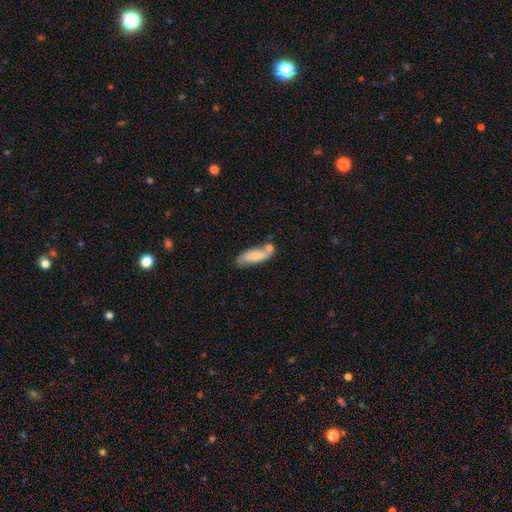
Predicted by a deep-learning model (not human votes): This appears to be a smooth galaxy with no disk features (70%) that is in between round and cigar-shaped (63%). Merging: none (55%).